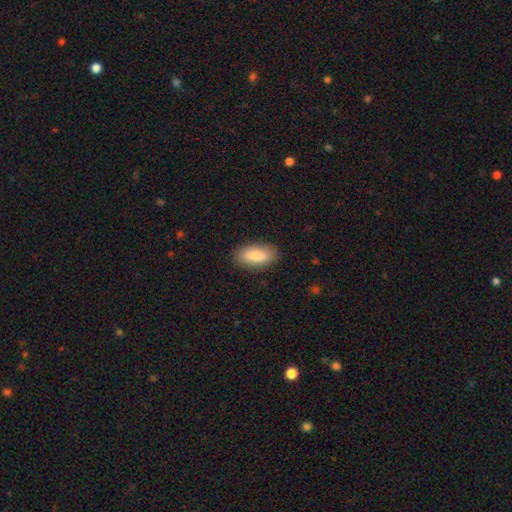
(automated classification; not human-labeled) A smooth galaxy with no disk features (85%) that is in between round and cigar-shaped (88%). Merging: none (87%).